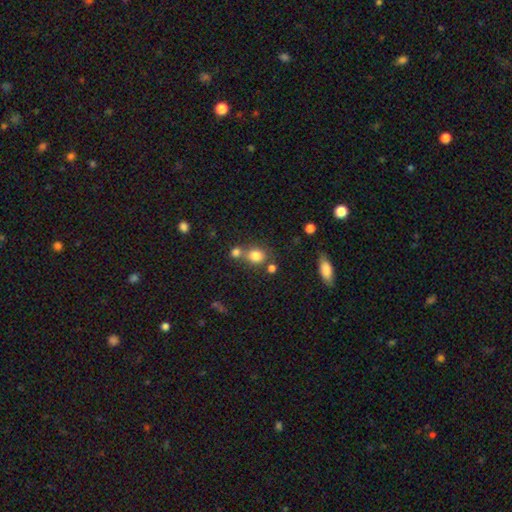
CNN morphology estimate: A smooth galaxy with no disk features (80%) that is round (68%). Merging: none (55%).